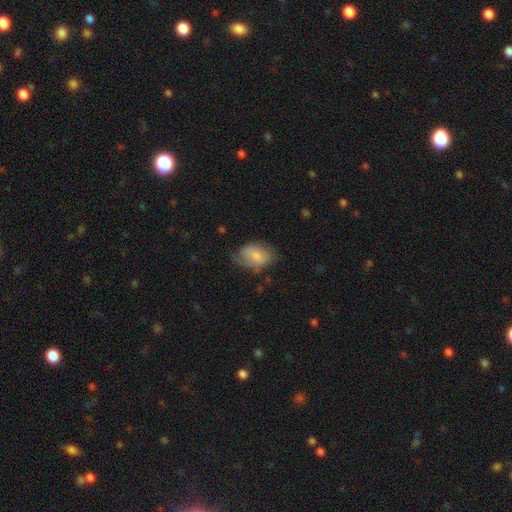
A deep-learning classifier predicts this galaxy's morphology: A smooth galaxy with no disk features (60%) that is in between round and cigar-shaped (81%). Merging: none (48%).